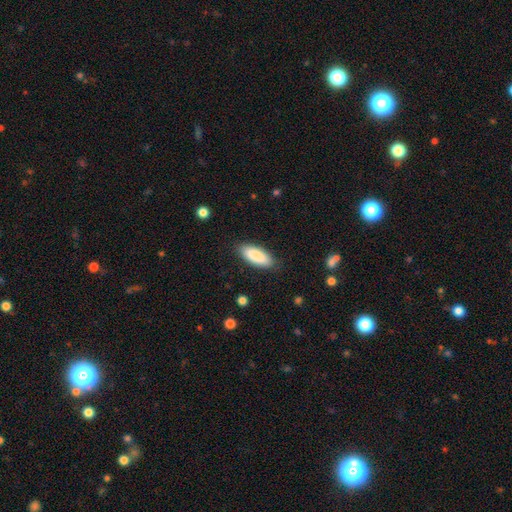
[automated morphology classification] The model was most divided on "how rounded": in between: 77%, cigar-shaped: 21%, round: 2%. More confident: smooth or featured — smooth (88%); merging — none (87%).